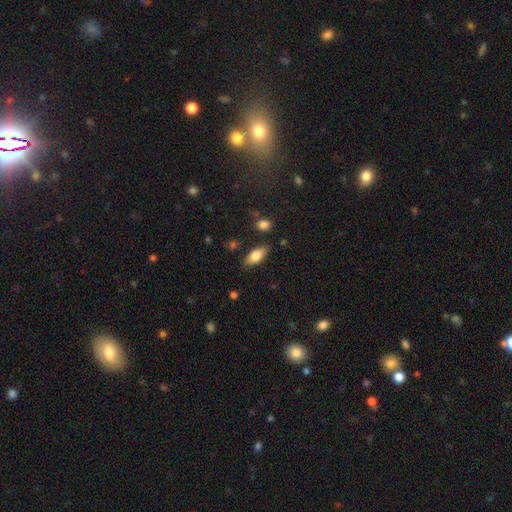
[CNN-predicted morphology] Overall: smooth (79%). How rounded: in between (84%). Merging: none (82%).